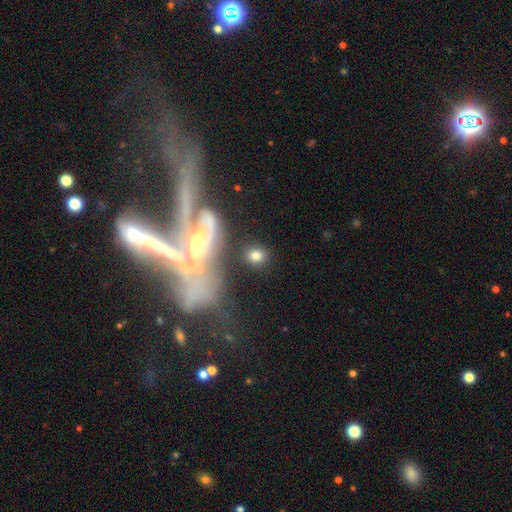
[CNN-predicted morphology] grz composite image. It shows a smooth galaxy with no disk features (75%) that is round (62%). Merging: none (79%).